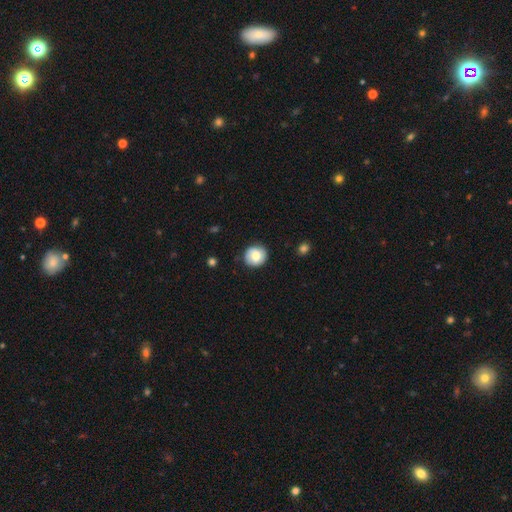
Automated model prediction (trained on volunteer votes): A smooth galaxy with no disk features (71%) that is round (90%). Merging: none (83%).